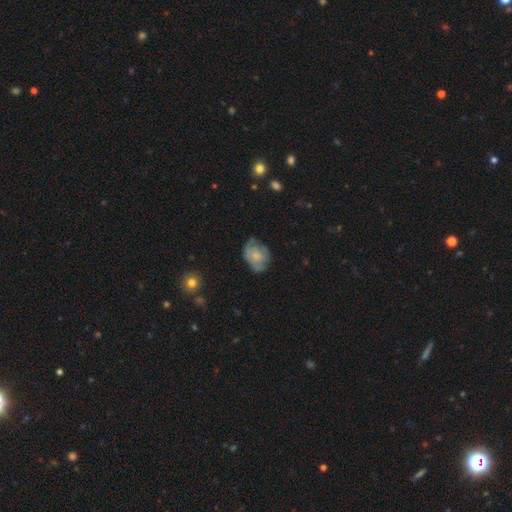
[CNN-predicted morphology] A smooth galaxy with no disk features (50%) that is in between round and cigar-shaped (64%). Merging: none (54%).